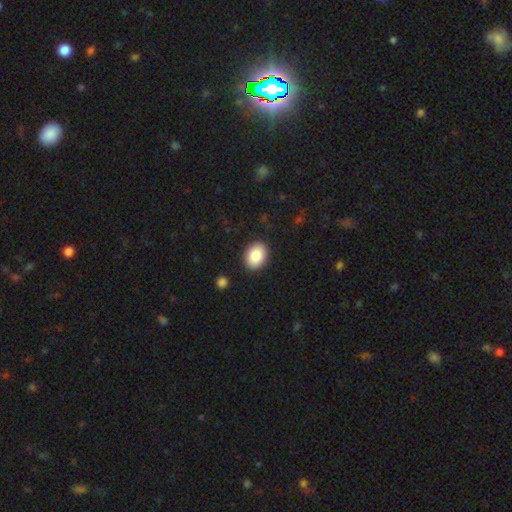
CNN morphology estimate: A smooth galaxy with no disk features (87%) that is in between round and cigar-shaped (72%).

Vote fractions:
- Smooth or featured? smooth: 87% / star or artifact: 7% / featured or disk: 7%
- How rounded? in between: 72% / round: 27% / cigar-shaped: 1%
- Merging? none: 90% / minor disturbance: 7% / major disturbance: 2% / merger: 1%